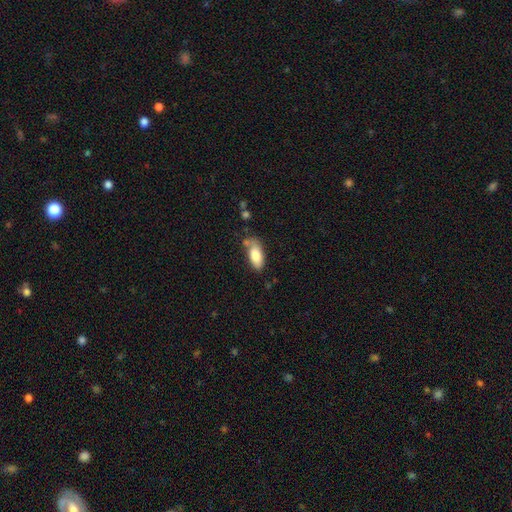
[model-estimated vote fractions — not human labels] Overall: smooth (79%). How rounded: in between (87%). Merging: none (58%; minor disturbance 25%).